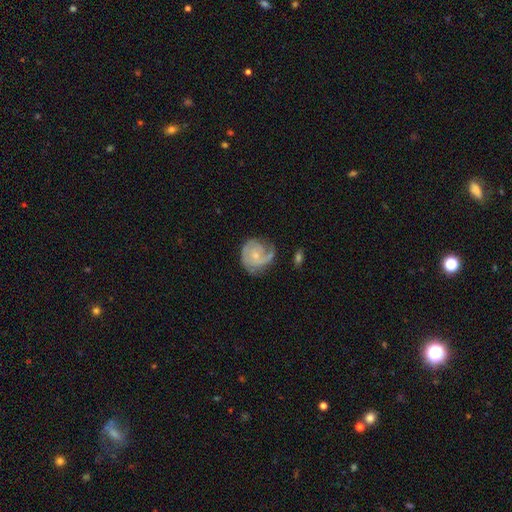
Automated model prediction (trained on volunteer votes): A featured or disk galaxy (78%) with no bar (68%), 2 (45%) tight (45%) spiral arms (94%) and a small central bulge (62%). Merging: none (59%).